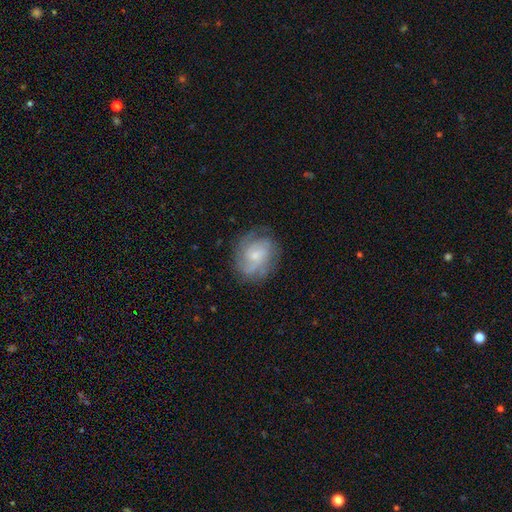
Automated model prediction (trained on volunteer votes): featured or disk 73%, smooth 20%, star or artifact 7%. Down the decision tree: edge-on disk — no (98%); bar — no (54%); spiral arms — yes (93%); spiral arm count — can't tell (30%); spiral winding — tight (48%); bulge size — small (60%); merging — none (73%).